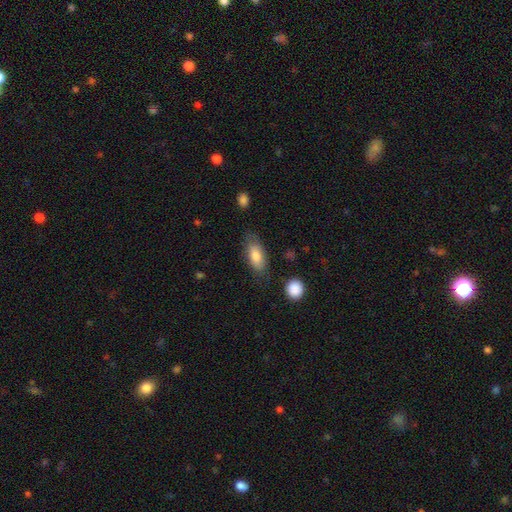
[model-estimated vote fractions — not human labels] Smooth or featured? Predicted: smooth (p=0.79). How rounded? Predicted: in between (p=0.82). Merging? Predicted: none (p=0.71).